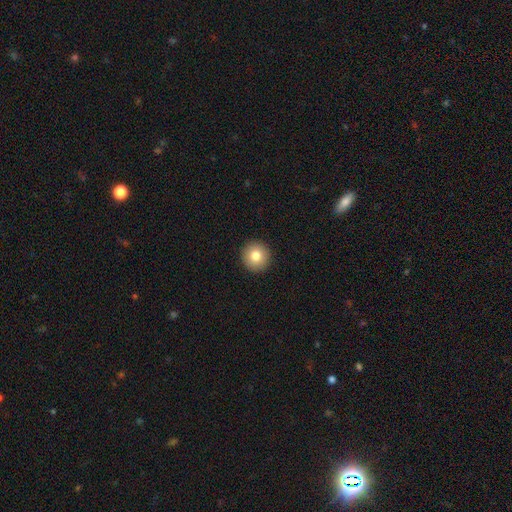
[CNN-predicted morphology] Smooth or featured: smooth — 82% (featured or disk — 10%)
How rounded: round — 95% (in between — 4%)
Merging: none — 93% (minor disturbance — 5%)